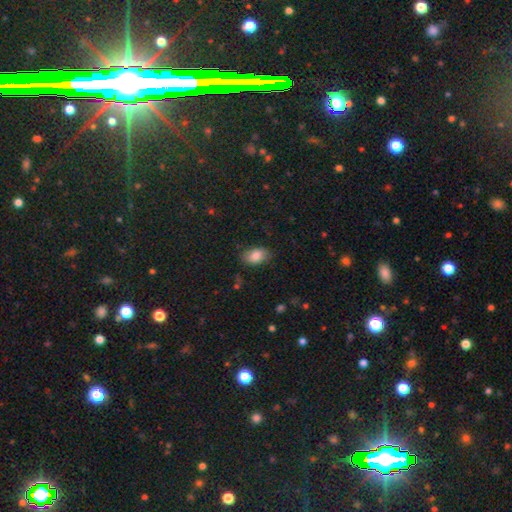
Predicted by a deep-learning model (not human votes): Morphology: type=smooth (85%); roundness=in between (88%); merging=none (79%).